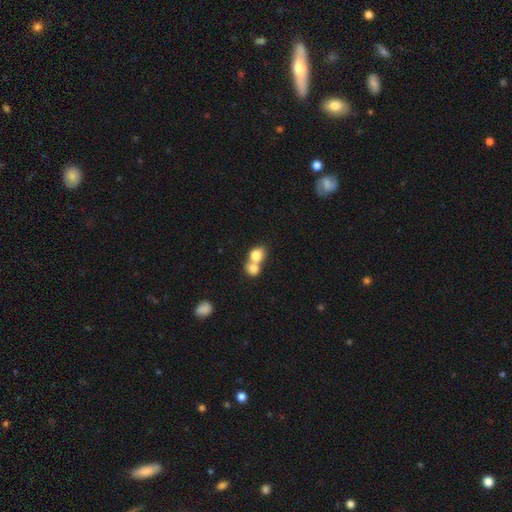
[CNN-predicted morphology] This is likely a smooth galaxy (79%). How rounded: possibly round (57%). Merging: likely merger (69%).